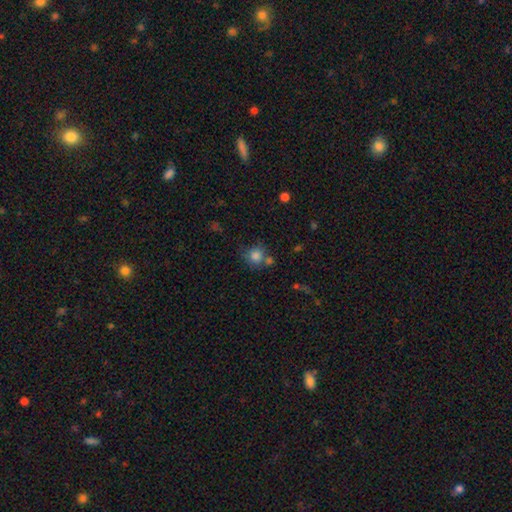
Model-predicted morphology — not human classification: This is clearly a smooth galaxy (82%). How rounded: clearly round (89%). Merging: likely none (61%).